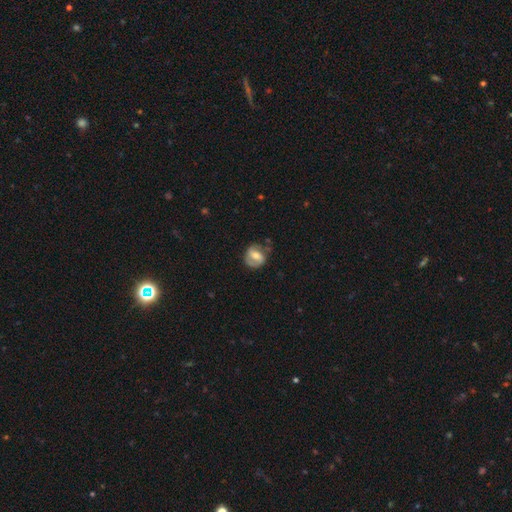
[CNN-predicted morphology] This is possibly a featured or disk galaxy (55%). It is clearly not viewed edge-on (96%). Bar: marginally weak (42%). Spiral arm pattern: likely yes (70%). Central bulge: likely moderate (60%). Merging: likely none (61%).